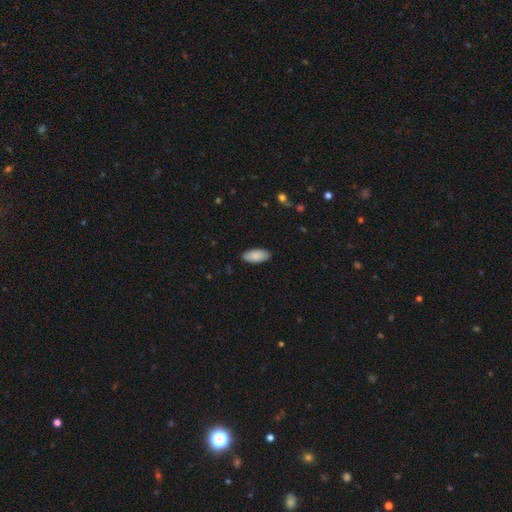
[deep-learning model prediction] Morphology: type=smooth (89%); roundness=in between (90%); merging=none (89%).